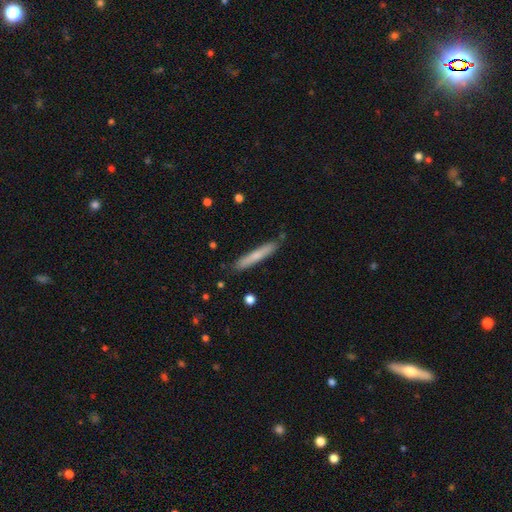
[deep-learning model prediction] Morphology: type=smooth (68%); roundness=cigar-shaped (95%); merging=none (85%).